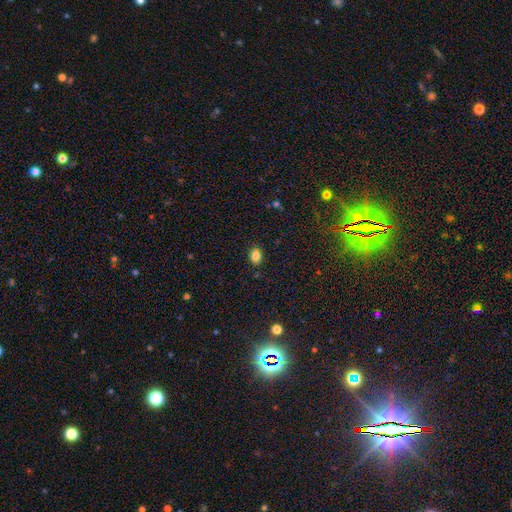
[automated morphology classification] Overall: smooth (84%). How rounded: in between (74%). Merging: none (85%).